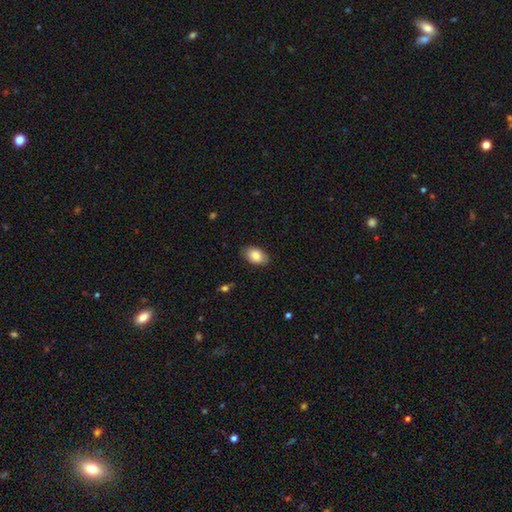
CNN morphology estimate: Overall: smooth (86%). How rounded: in between (91%). Merging: none (86%).